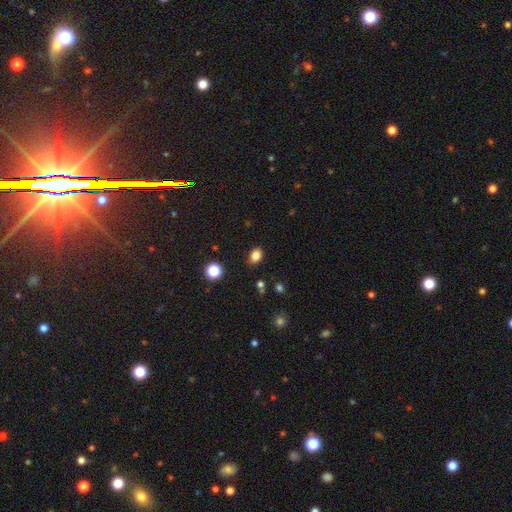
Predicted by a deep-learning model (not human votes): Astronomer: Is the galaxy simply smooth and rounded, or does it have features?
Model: smooth — 83%.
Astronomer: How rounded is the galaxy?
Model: in between — 72%.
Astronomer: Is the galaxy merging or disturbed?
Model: none — 86%.